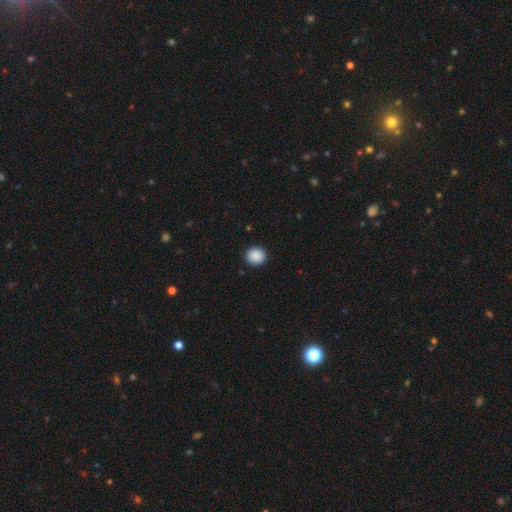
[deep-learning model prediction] smooth_or_featured: smooth (p=0.89) [alt: star or artifact p=0.08]
how_rounded: round (p=0.86) [alt: in between p=0.13]
merging: none (p=0.92) [alt: minor disturbance p=0.05]